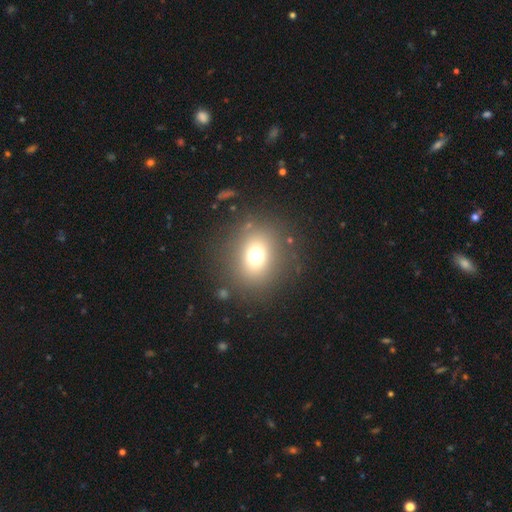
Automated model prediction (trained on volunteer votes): This appears to be a smooth galaxy with no disk features (69%) that is round (76%). Merging: none (84%).